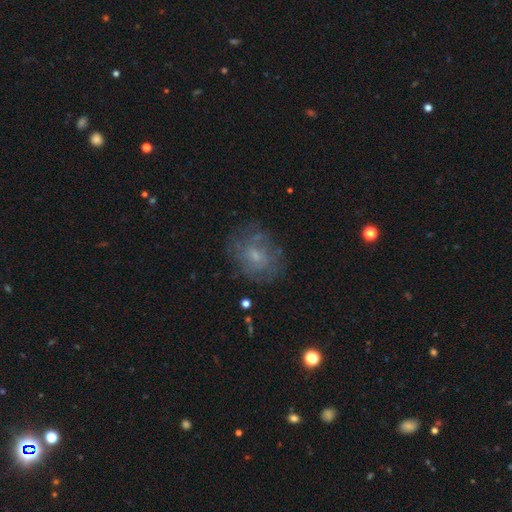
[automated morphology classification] smooth-or-featured: featured or disk: 51% | smooth: 37% | star or artifact: 13%
  disk-edge-on: no: 97% | yes: 3%
  merging: none: 71% | minor disturbance: 18% | major disturbance: 10% | merger: 2%